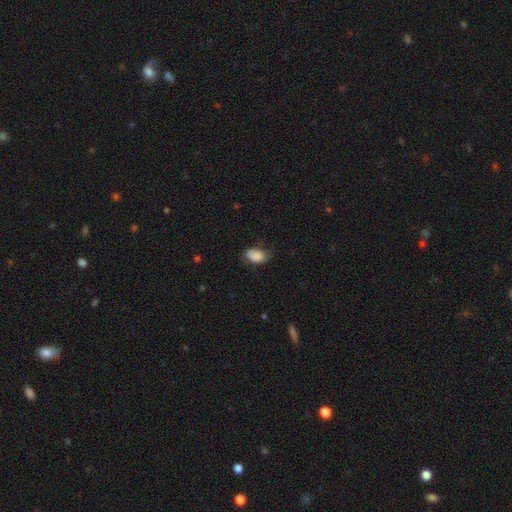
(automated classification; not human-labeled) Q: Smooth or featured?
A: smooth (85%); runner-up: star or artifact (8%)
Q: How rounded?
A: in between (89%); runner-up: round (10%)
Q: Merging?
A: none (54%); runner-up: minor disturbance (33%)